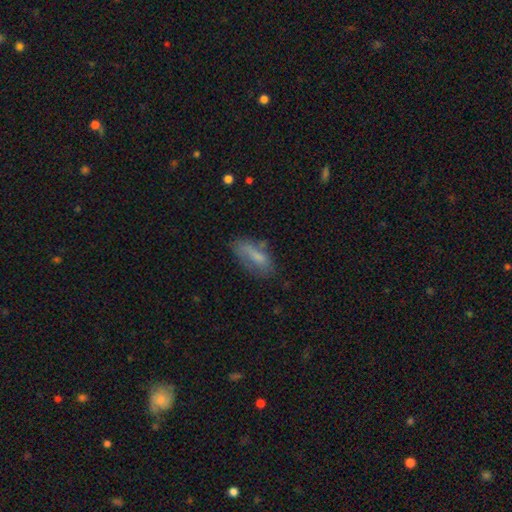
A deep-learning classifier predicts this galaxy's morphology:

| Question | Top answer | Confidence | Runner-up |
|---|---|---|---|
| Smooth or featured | smooth | 67% | featured or disk (25%) |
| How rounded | in between | 76% | cigar-shaped (21%) |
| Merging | none | 54% | minor disturbance (28%) |